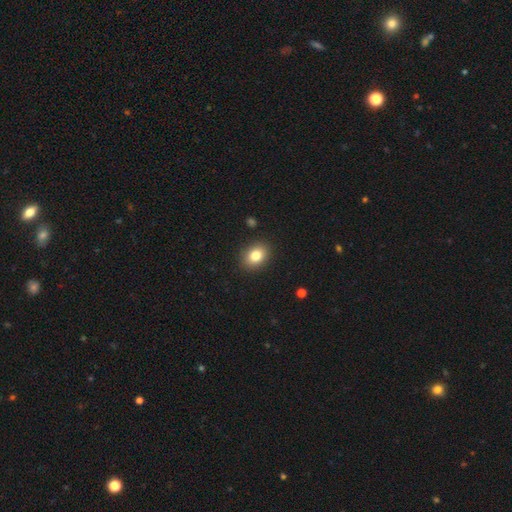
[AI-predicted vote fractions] A smooth galaxy with no disk features (82%) that is in between round and cigar-shaped (58%).

Vote fractions:
- Smooth or featured? smooth: 82% / star or artifact: 10% / featured or disk: 8%
- How rounded? in between: 58% / round: 41% / cigar-shaped: 1%
- Merging? none: 89% / minor disturbance: 7% / major disturbance: 2% / merger: 1%